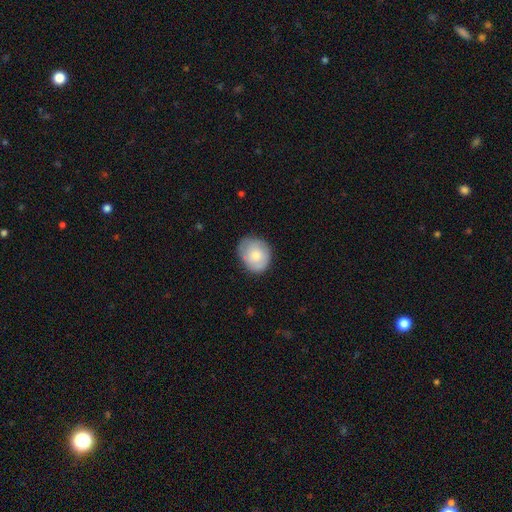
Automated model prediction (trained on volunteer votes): A smooth galaxy with no disk features (75%) that is round (61%).

Vote fractions:
- Smooth or featured? smooth: 75% / featured or disk: 19% / star or artifact: 6%
- How rounded? round: 61% / in between: 38% / cigar-shaped: 1%
- Merging? none: 73% / minor disturbance: 21% / major disturbance: 5% / merger: 1%